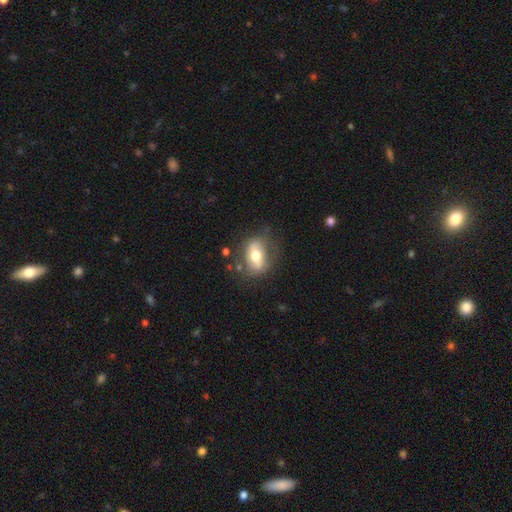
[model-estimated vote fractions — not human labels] Morphology: type=smooth (51%); roundness=in between (77%); merging=none (68%).